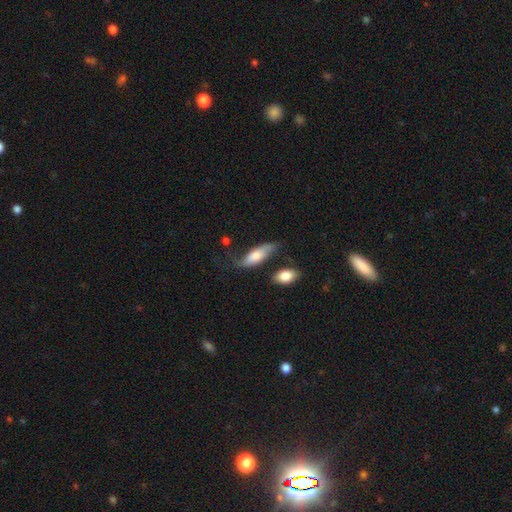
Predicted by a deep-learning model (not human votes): Smooth or featured: smooth — 52% (featured or disk — 41%)
How rounded: in between — 69% (cigar-shaped — 28%)
Merging: none — 46% (minor disturbance — 30%)